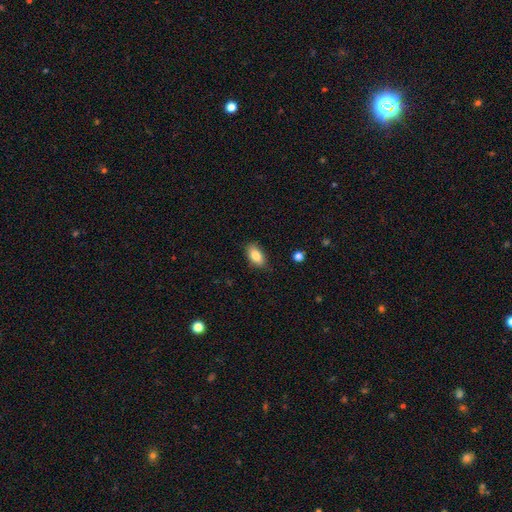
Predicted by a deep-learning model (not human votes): Q: Smooth or featured?
A: smooth (85%); runner-up: featured or disk (8%)
Q: How rounded?
A: in between (91%); runner-up: cigar-shaped (5%)
Q: Merging?
A: none (84%); runner-up: minor disturbance (12%)